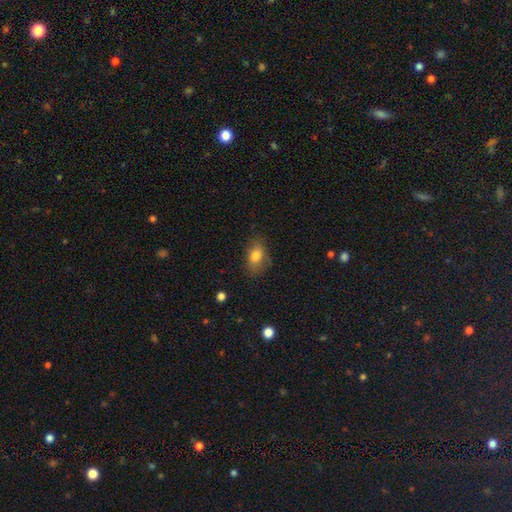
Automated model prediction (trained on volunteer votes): This is likely a smooth galaxy (80%). How rounded: clearly in between (82%). Merging: likely none (74%).